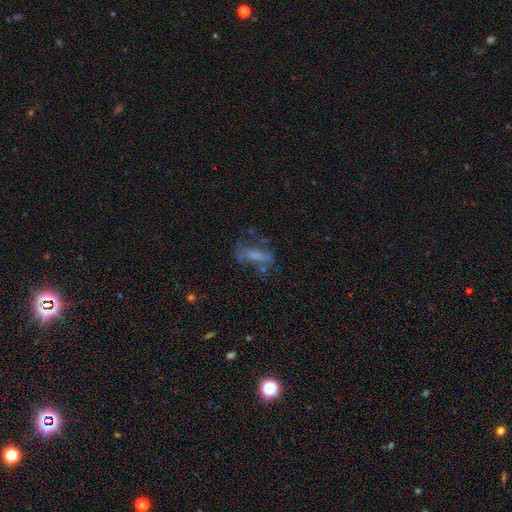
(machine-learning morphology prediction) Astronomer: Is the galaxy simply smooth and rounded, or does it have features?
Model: featured or disk — 46% (runner-up: smooth, 38%).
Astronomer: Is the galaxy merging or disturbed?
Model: none — 43% (runner-up: major disturbance, 29%).